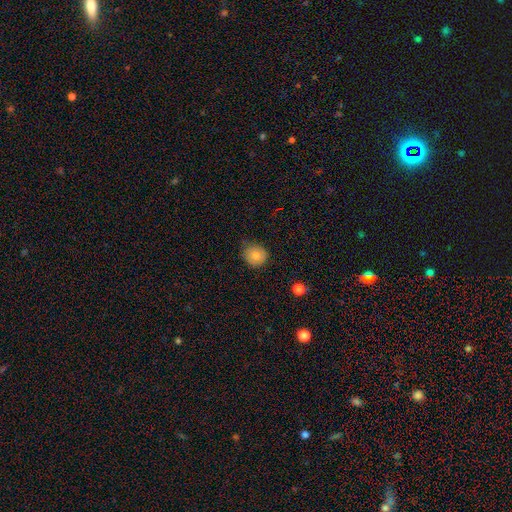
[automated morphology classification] A smooth galaxy with no disk features (80%) that is round (89%).

Vote fractions:
- Smooth or featured? smooth: 80% / star or artifact: 10% / featured or disk: 10%
- How rounded? round: 89% / in between: 10% / cigar-shaped: 1%
- Merging? none: 75% / minor disturbance: 20% / major disturbance: 3% / merger: 2%